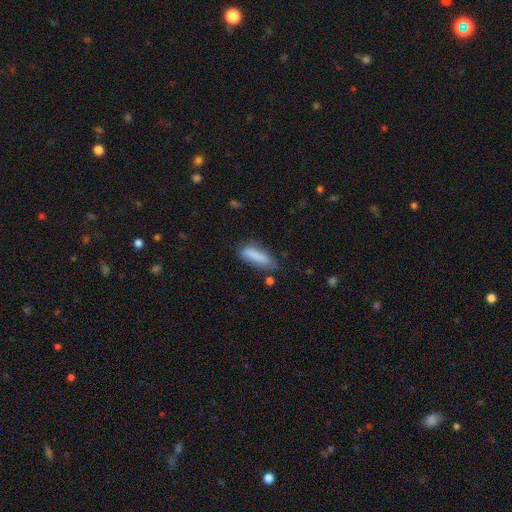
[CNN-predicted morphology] Smooth or featured: smooth — 83% (featured or disk — 9%)
How rounded: cigar-shaped — 51% (in between — 47%)
Merging: none — 62% (minor disturbance — 26%)